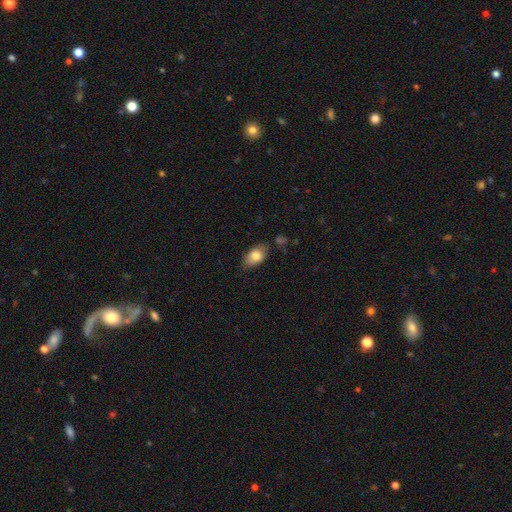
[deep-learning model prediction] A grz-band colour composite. It shows a smooth galaxy with no disk features (79%) that is in between round and cigar-shaped (89%). Merging: none (71%).